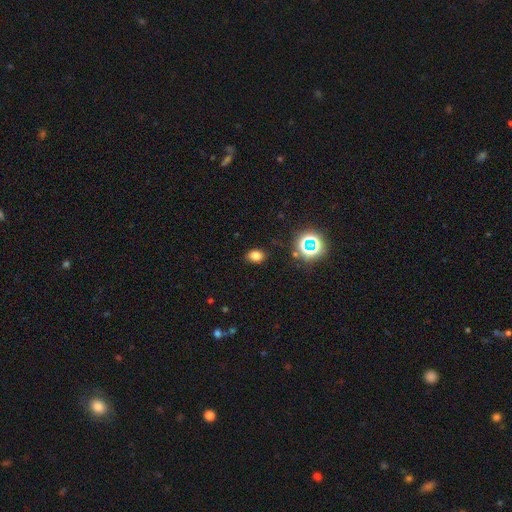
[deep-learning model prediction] Smooth or featured?
  - smooth: 75% *
  - star or artifact: 18%
  - featured or disk: 6%
How rounded?
  - in between: 69% *
  - round: 30%
  - cigar-shaped: 1%
Merging?
  - none: 86% *
  - minor disturbance: 10%
  - major disturbance: 3%
  - merger: 1%